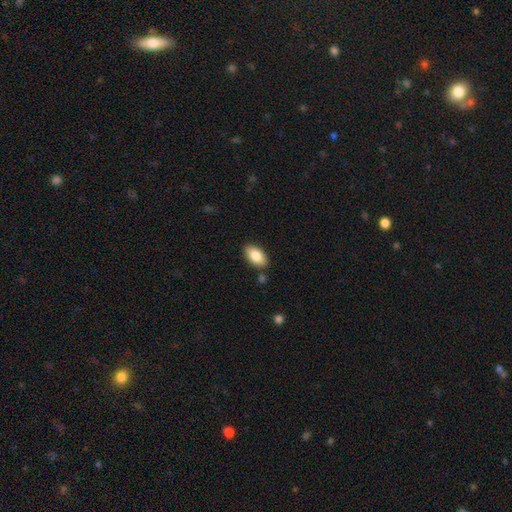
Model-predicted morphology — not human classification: This is clearly a smooth galaxy (84%). How rounded: clearly in between (94%). Merging: clearly none (85%).